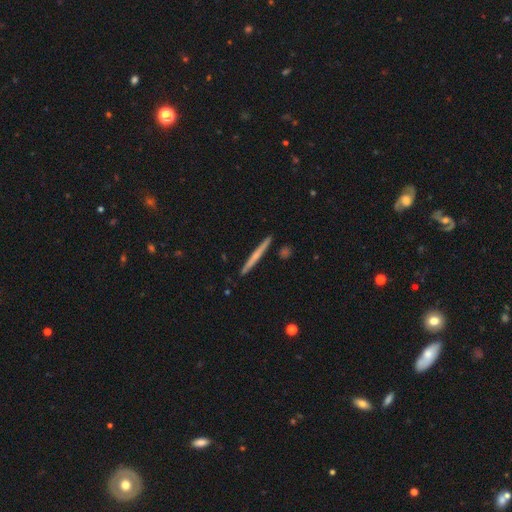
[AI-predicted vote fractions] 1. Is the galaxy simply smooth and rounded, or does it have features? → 48% featured or disk, 46% smooth, 5% star or artifact.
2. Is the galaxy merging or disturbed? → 91% none, 6% minor disturbance, 2% merger, 1% major disturbance.